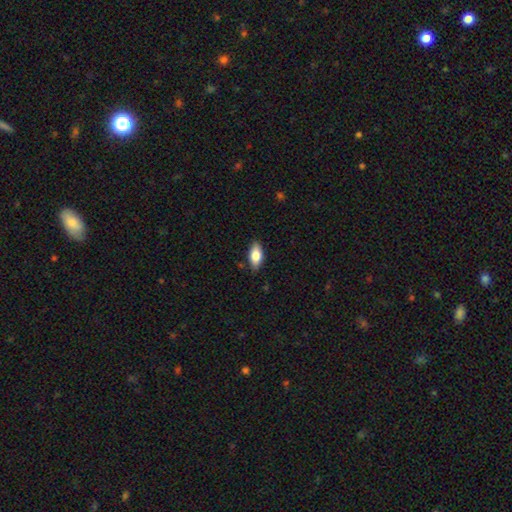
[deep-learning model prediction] This is likely a smooth galaxy (75%). How rounded: clearly in between (87%). Merging: clearly none (83%).